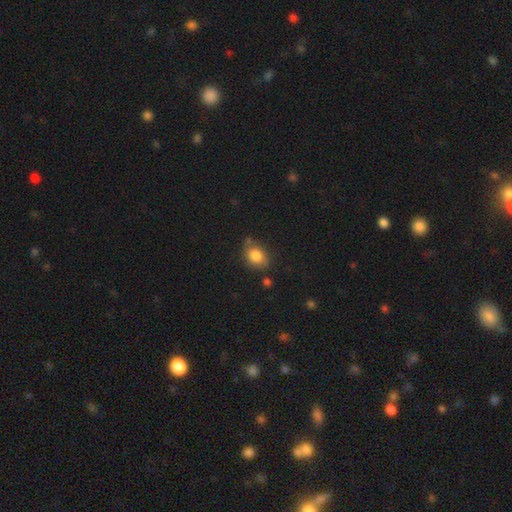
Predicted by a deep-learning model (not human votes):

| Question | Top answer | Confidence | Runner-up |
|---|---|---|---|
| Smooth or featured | smooth | 82% | featured or disk (9%) |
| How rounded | in between | 62% | round (37%) |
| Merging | none | 66% | minor disturbance (22%) |